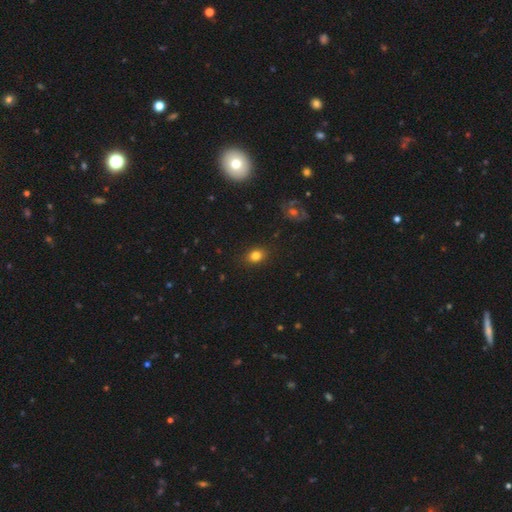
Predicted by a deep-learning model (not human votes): This appears to be a smooth galaxy with no disk features (81%) that is in between round and cigar-shaped (58%). Merging: none (87%).